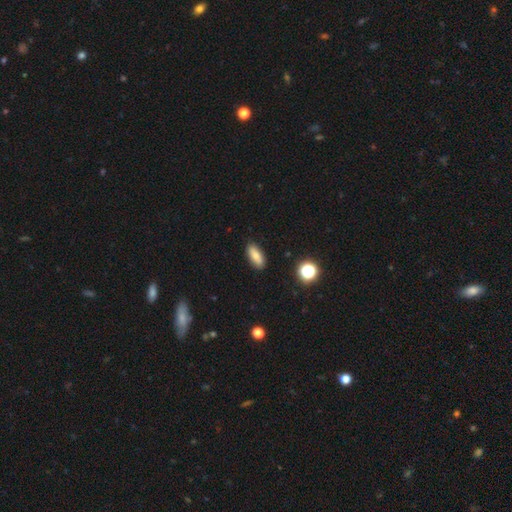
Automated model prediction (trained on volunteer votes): Morphology: type=smooth (77%); roundness=in between (80%); merging=none (88%).